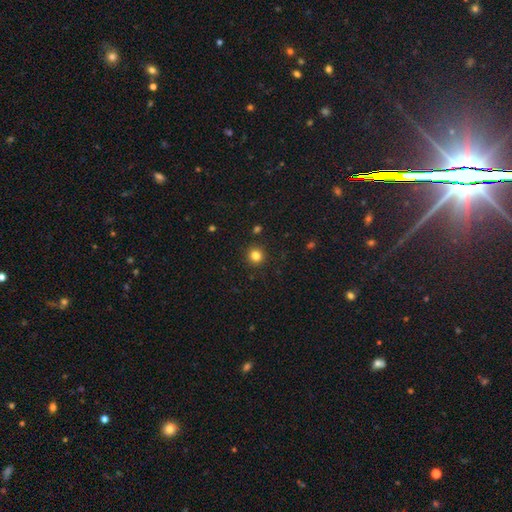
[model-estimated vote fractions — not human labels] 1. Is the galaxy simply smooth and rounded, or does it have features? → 82% smooth, 13% star or artifact, 5% featured or disk.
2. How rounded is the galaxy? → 94% round, 5% in between, 1% cigar-shaped.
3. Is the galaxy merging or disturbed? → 92% none, 5% minor disturbance, 2% major disturbance, 1% merger.